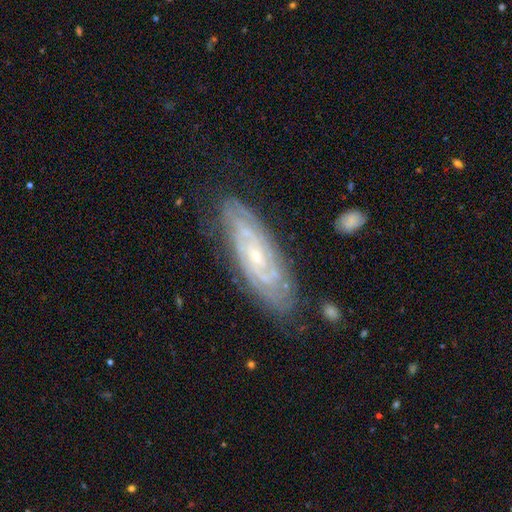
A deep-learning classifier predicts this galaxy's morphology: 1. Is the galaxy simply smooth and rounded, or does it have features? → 84% featured or disk, 10% smooth, 6% star or artifact.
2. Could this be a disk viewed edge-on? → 88% no, 12% yes.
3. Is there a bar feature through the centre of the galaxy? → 63% no, 29% weak, 8% strong.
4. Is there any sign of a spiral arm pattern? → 95% yes, 5% no.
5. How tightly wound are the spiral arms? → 74% tight, 22% medium, 4% loose.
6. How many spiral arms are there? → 37% can't tell, 27% 2, 15% 3, 10% 4, 6% more than 4, 5% 1.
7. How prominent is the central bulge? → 73% small, 23% moderate, 2% none, 1% large, 1% dominant.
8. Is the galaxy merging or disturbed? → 78% none, 16% minor disturbance, 4% major disturbance, 2% merger.